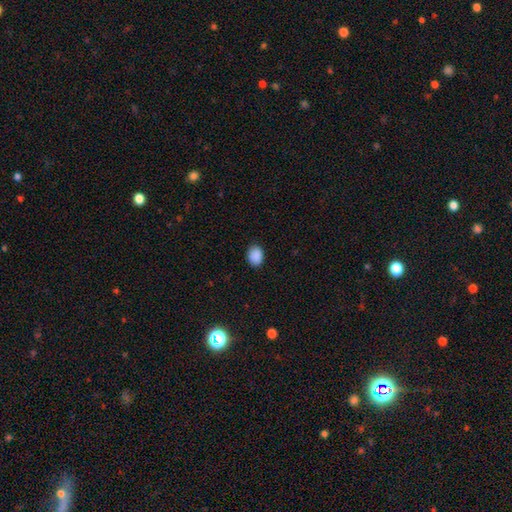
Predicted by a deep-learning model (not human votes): smooth_or_featured: smooth (p=0.89) [alt: star or artifact p=0.08]
how_rounded: in between (p=0.67) [alt: round p=0.32]
merging: none (p=0.86) [alt: minor disturbance p=0.10]